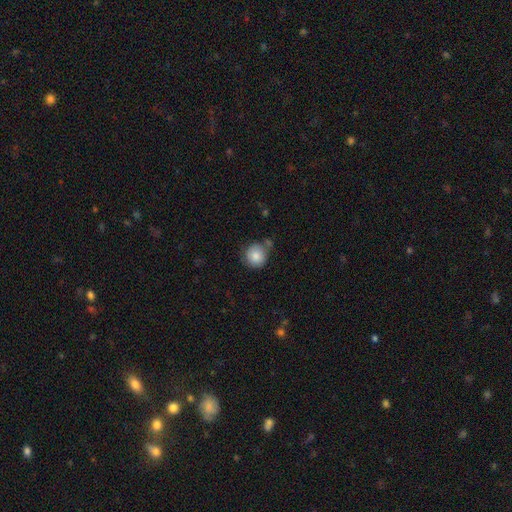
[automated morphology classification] This appears to be a smooth galaxy with no disk features (83%) that is round (92%). Merging: none (69%).